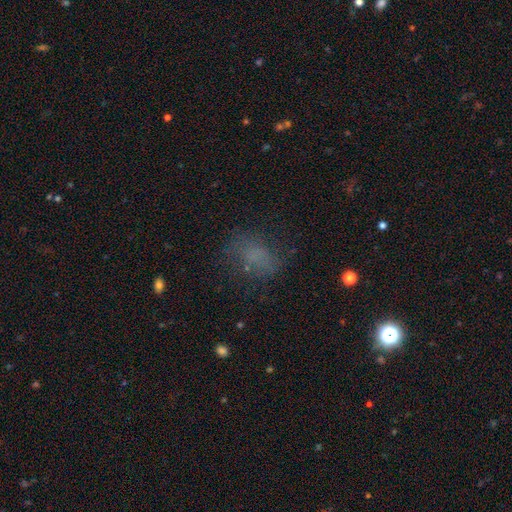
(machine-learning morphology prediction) Smooth or featured?
  - smooth: 60% *
  - star or artifact: 22%
  - featured or disk: 17%
How rounded?
  - in between: 71% *
  - round: 26%
  - cigar-shaped: 2%
Merging?
  - none: 59% *
  - minor disturbance: 21%
  - major disturbance: 18%
  - merger: 2%